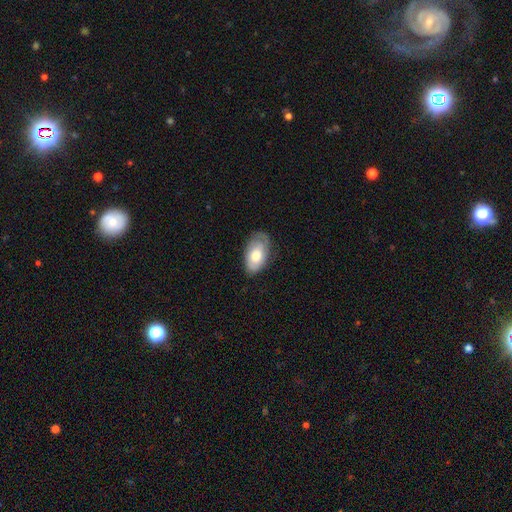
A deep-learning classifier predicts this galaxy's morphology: smooth-or-featured: smooth: 58% | featured or disk: 36% | star or artifact: 6%
  how-rounded: in between: 93% | round: 5% | cigar-shaped: 2%
  merging: none: 68% | minor disturbance: 24% | major disturbance: 6% | merger: 1%